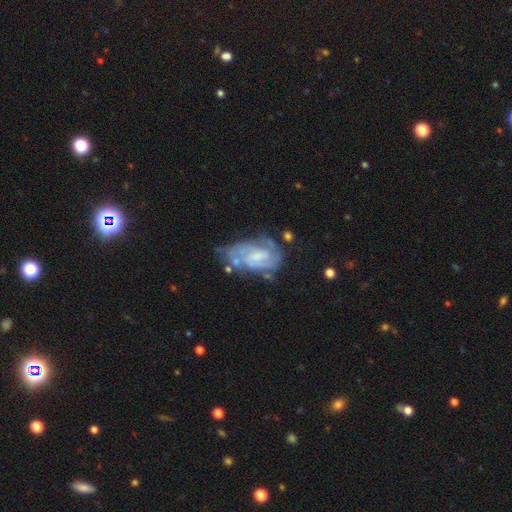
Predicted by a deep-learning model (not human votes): Morphology: type=featured or disk (76%); edge-on=no (96%); bar=weak (46%); spiral arms=yes (86%); winding=tight (50%); arm count=2 (37%); bulge=small (45%); merging=none (46%).